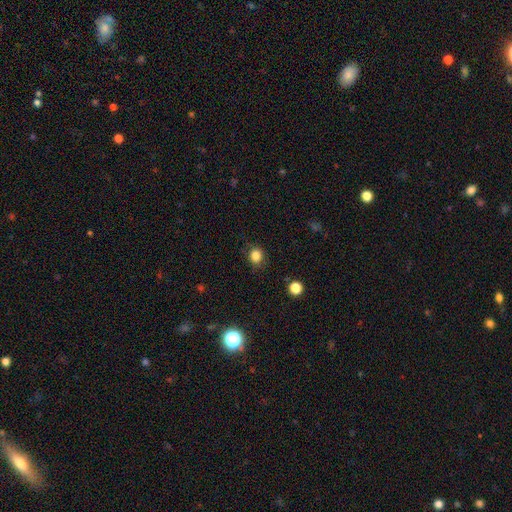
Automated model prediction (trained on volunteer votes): This appears to be a smooth galaxy with no disk features (83%) that is round (74%). Merging: none (82%).